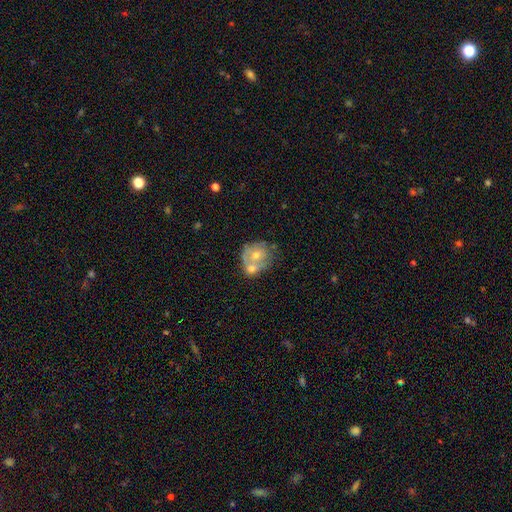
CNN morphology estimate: smooth-or-featured: featured or disk: 49% | smooth: 42% | star or artifact: 9%
  merging: merger: 50% | none: 32% | minor disturbance: 12% | major disturbance: 7%